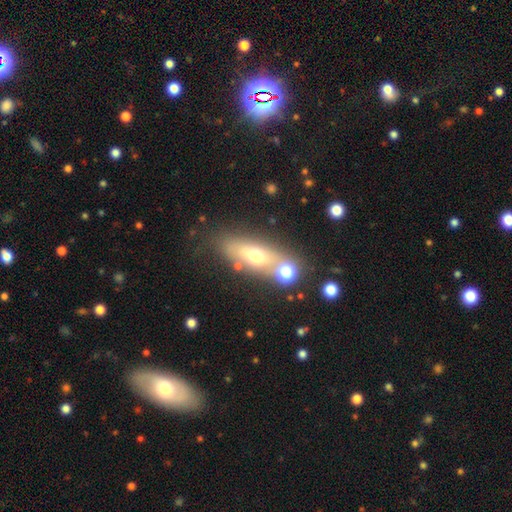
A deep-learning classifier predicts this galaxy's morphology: Q: Smooth or featured?
A: smooth (48%); runner-up: featured or disk (41%)
Q: Merging?
A: none (66%); runner-up: minor disturbance (14%)